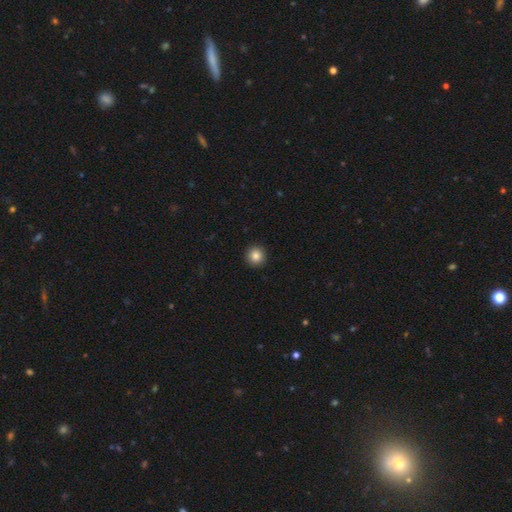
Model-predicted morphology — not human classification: Smooth or featured: smooth — 85% (star or artifact — 10%)
How rounded: round — 95% (in between — 4%)
Merging: none — 94% (minor disturbance — 4%)